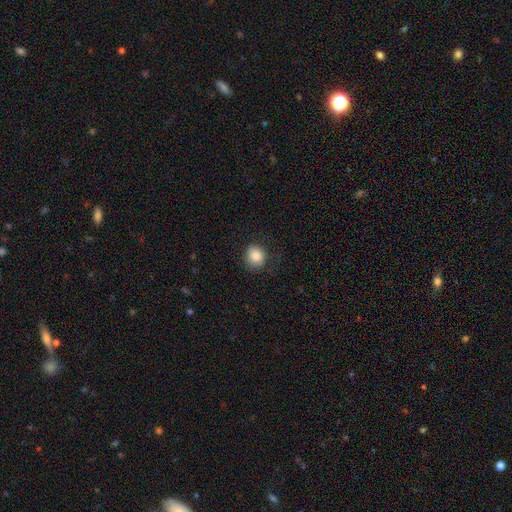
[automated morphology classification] The model was most divided on "how rounded": round: 80%, in between: 19%, cigar-shaped: 1%. More confident: smooth or featured — smooth (86%); merging — none (81%).